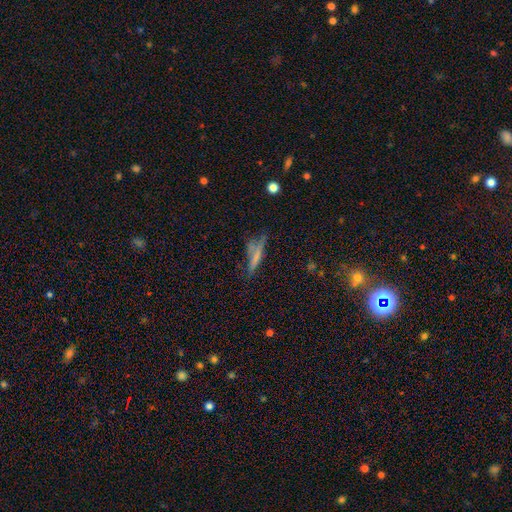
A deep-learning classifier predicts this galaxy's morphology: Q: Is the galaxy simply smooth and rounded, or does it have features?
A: smooth — 55%.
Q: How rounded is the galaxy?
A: cigar-shaped — 76%.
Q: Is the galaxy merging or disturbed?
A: none — 54%.